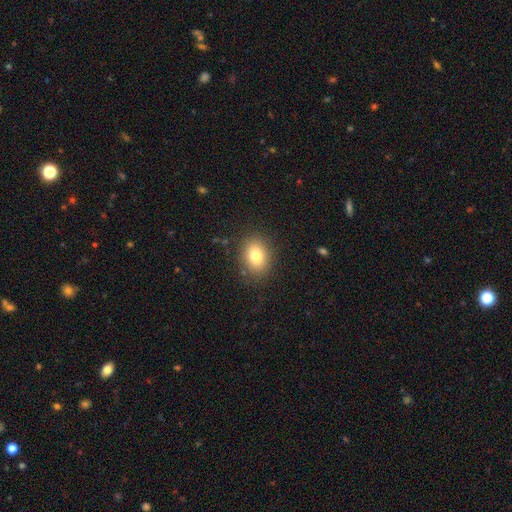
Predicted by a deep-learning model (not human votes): This appears to be a smooth galaxy with no disk features (79%) that is in between round and cigar-shaped (57%). Merging: none (86%).